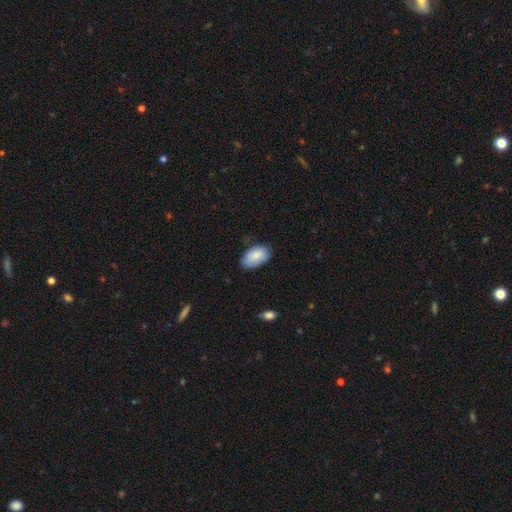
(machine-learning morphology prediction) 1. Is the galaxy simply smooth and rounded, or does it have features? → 82% smooth, 12% featured or disk, 6% star or artifact.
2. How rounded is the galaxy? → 94% in between, 5% round, 1% cigar-shaped.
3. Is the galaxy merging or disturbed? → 70% none, 25% minor disturbance, 4% major disturbance, 1% merger.